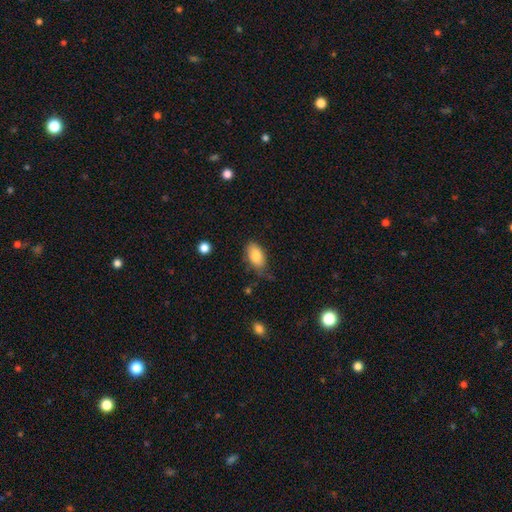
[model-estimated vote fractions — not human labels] smooth 83%, featured or disk 10%, star or artifact 7%. Down the decision tree: how rounded — in between (92%); merging — none (65%).